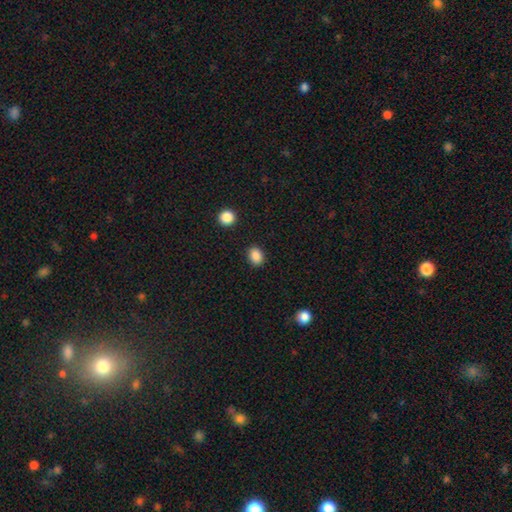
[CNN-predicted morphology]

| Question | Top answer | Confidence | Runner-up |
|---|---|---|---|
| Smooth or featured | smooth | 87% | star or artifact (10%) |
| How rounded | in between | 56% | round (43%) |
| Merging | none | 88% | minor disturbance (8%) |